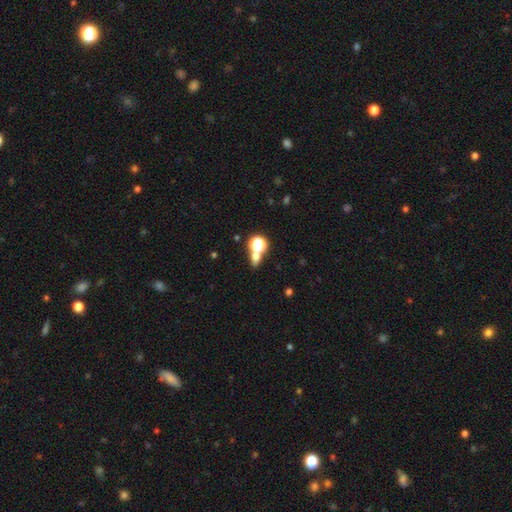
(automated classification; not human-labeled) smooth-or-featured: smooth: 61% | star or artifact: 28% | featured or disk: 11%
  how-rounded: round: 50% | in between: 46% | cigar-shaped: 4%
  merging: none: 51% | merger: 36% | minor disturbance: 8% | major disturbance: 5%